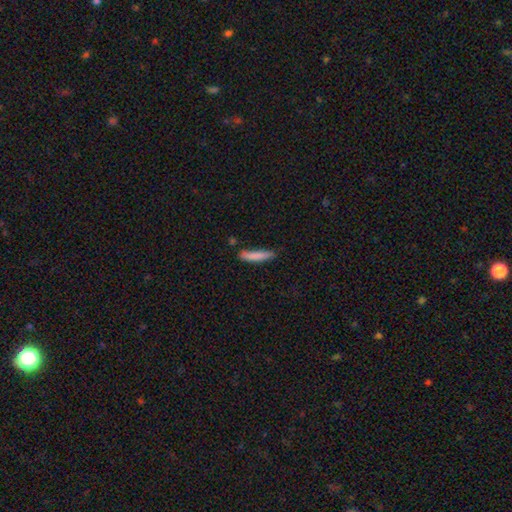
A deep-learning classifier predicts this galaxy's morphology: Smooth or featured?
  - smooth: 83% *
  - featured or disk: 11%
  - star or artifact: 6%
How rounded?
  - cigar-shaped: 88% *
  - in between: 10%
  - round: 1%
Merging?
  - none: 74% *
  - minor disturbance: 18%
  - merger: 4%
  - major disturbance: 3%